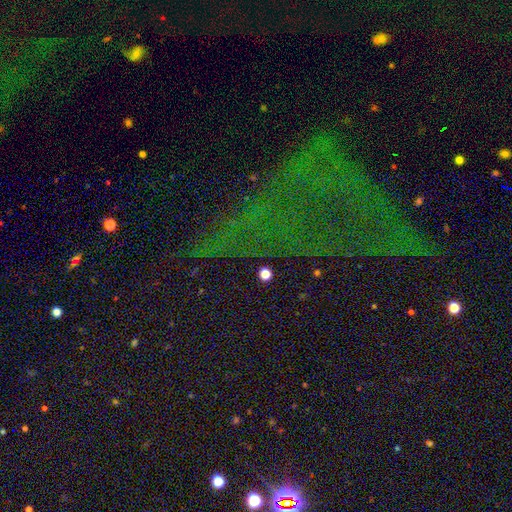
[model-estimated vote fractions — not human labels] Overall: star or artifact (76%).